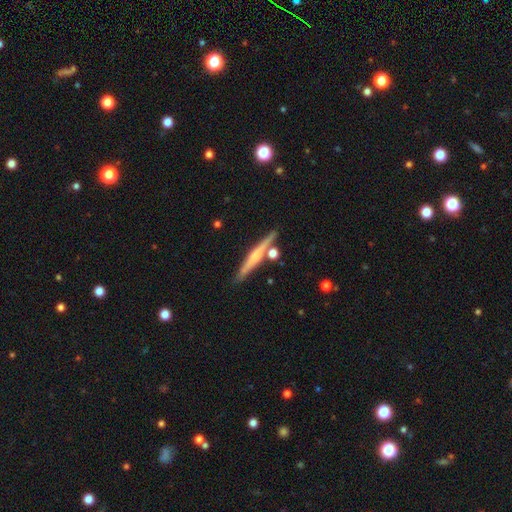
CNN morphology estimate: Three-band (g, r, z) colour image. It shows a featured or disk galaxy (58%) viewed edge-on (97%) with a rounded central bulge (52%). Merging: none (80%).